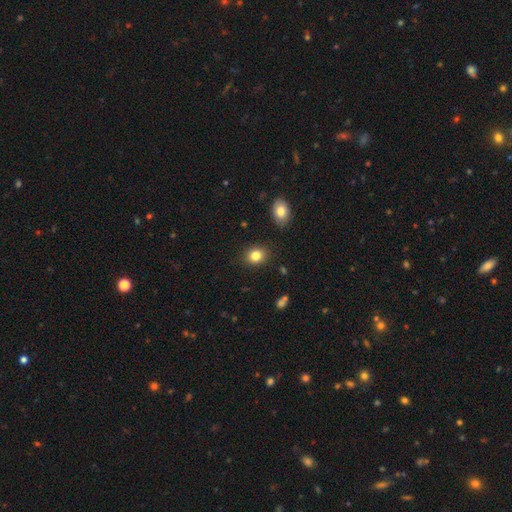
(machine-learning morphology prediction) Smooth or featured?
  - smooth: 82% *
  - star or artifact: 10%
  - featured or disk: 7%
How rounded?
  - round: 52% *
  - in between: 47%
  - cigar-shaped: 1%
Merging?
  - none: 87% *
  - minor disturbance: 9%
  - major disturbance: 2%
  - merger: 2%